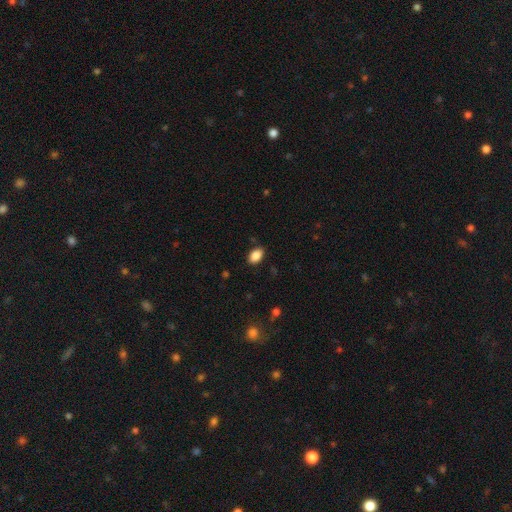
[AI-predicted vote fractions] A smooth galaxy with no disk features (88%) that is in between round and cigar-shaped (89%). Merging: none (86%).